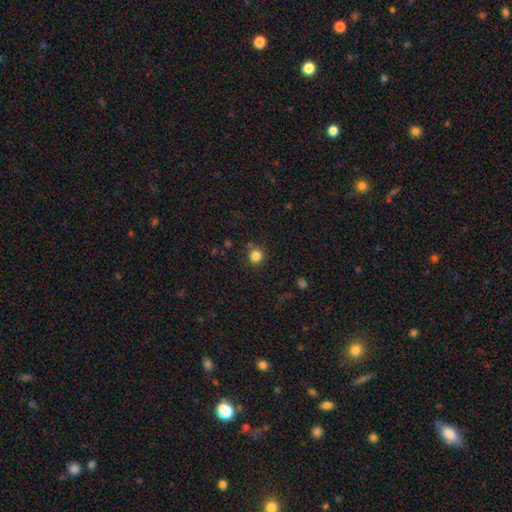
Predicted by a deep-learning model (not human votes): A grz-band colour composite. It shows a smooth galaxy with no disk features (83%) that is round (92%). Merging: none (85%).